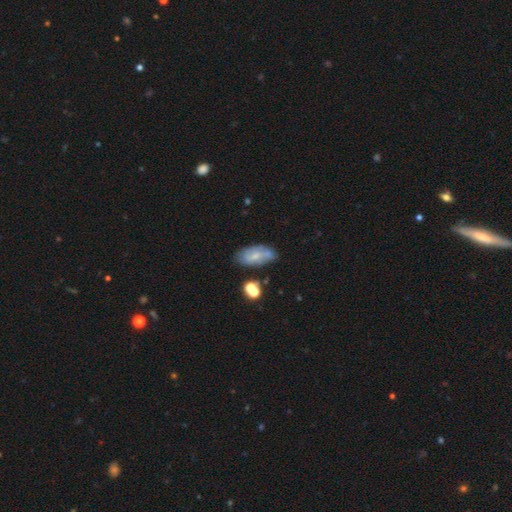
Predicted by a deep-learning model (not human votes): This appears to be a smooth galaxy with no disk features (48%). Merging: none (59%).